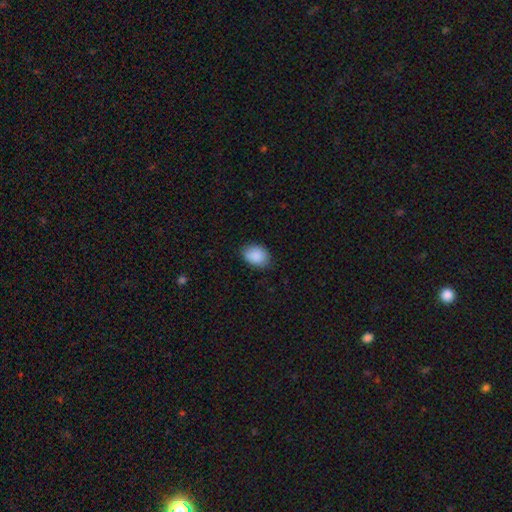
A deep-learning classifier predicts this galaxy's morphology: type=smooth (90%); roundness=in between (72%); merging=none (80%).